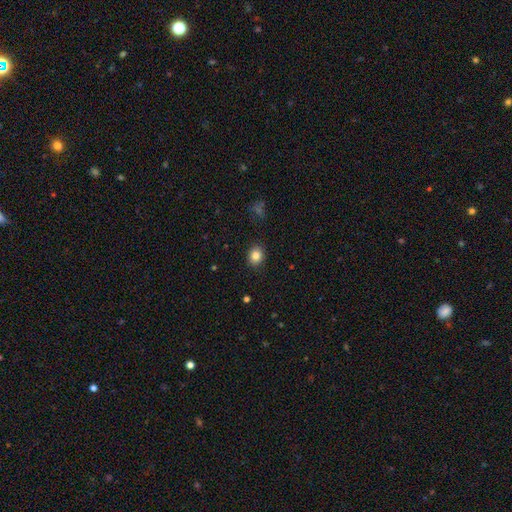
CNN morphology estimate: Smooth or featured? Predicted: smooth (p=0.84). How rounded? Predicted: round (p=0.63). Merging? Predicted: none (p=0.89).